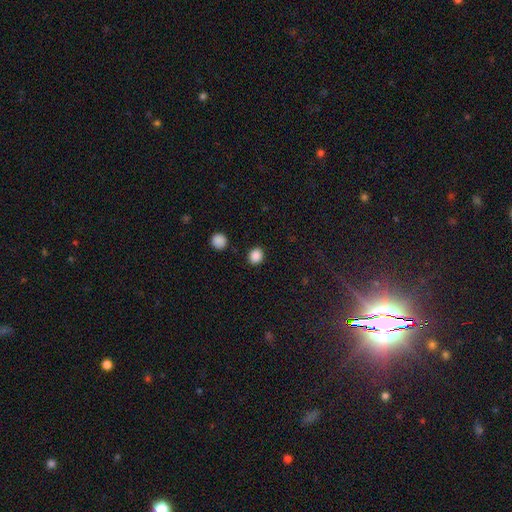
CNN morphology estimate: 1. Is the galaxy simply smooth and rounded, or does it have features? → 87% smooth, 10% star or artifact, 3% featured or disk.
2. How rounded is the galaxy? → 70% round, 29% in between, 1% cigar-shaped.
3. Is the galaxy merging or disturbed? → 88% none, 7% minor disturbance, 2% major disturbance, 2% merger.